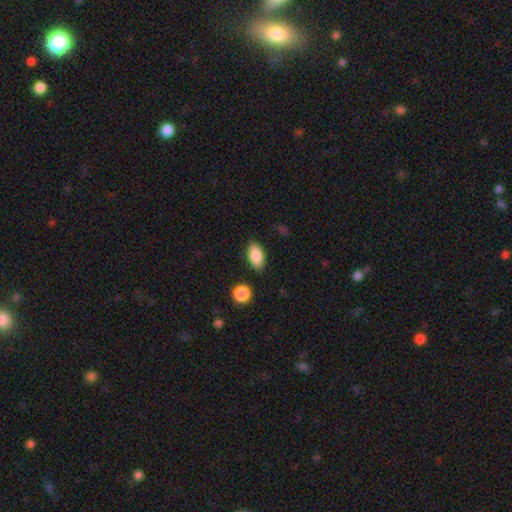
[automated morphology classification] Smooth or featured: smooth — 87% (star or artifact — 7%)
How rounded: in between — 92% (round — 5%)
Merging: none — 83% (minor disturbance — 11%)